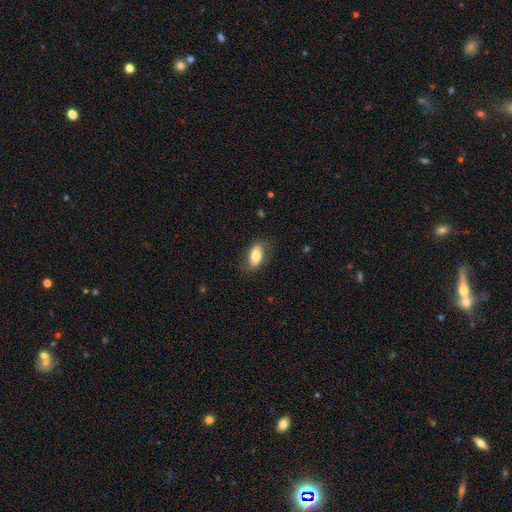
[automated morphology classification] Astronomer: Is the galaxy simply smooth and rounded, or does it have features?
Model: smooth — 71%.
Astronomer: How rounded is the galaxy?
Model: in between — 89%.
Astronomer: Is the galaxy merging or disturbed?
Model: none — 74%.